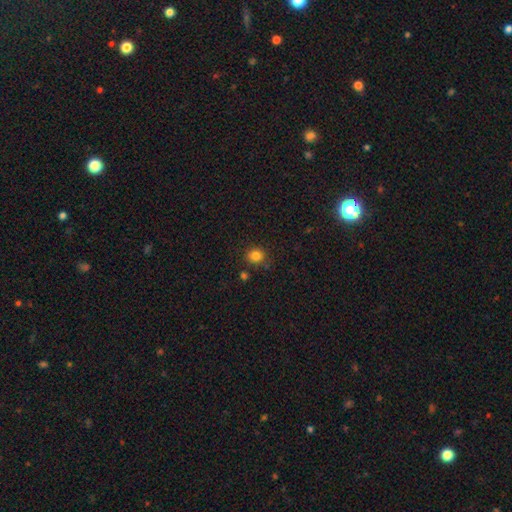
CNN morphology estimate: Overall: smooth (83%). How rounded: round (83%). Merging: none (82%).